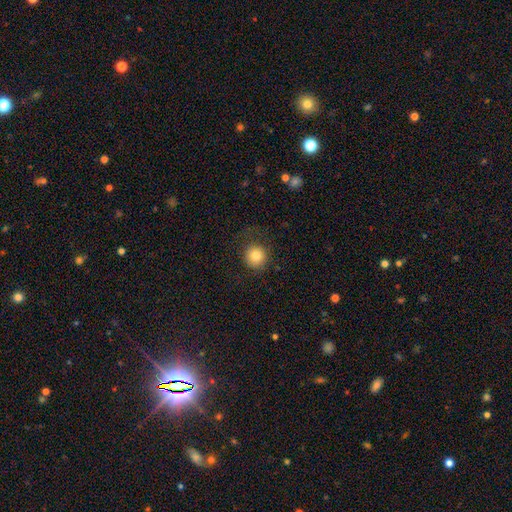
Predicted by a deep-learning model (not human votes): smooth-or-featured: smooth: 82% | star or artifact: 10% | featured or disk: 8%
  how-rounded: round: 93% | in between: 6% | cigar-shaped: 1%
  merging: none: 82% | minor disturbance: 11% | major disturbance: 6% | merger: 1%